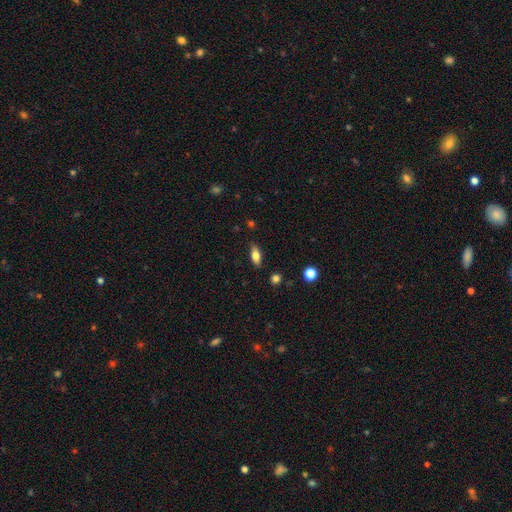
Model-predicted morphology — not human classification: Smooth or featured?
  - smooth: 73% *
  - featured or disk: 19%
  - star or artifact: 8%
How rounded?
  - in between: 79% *
  - cigar-shaped: 17%
  - round: 4%
Merging?
  - none: 84% *
  - minor disturbance: 12%
  - major disturbance: 2%
  - merger: 2%